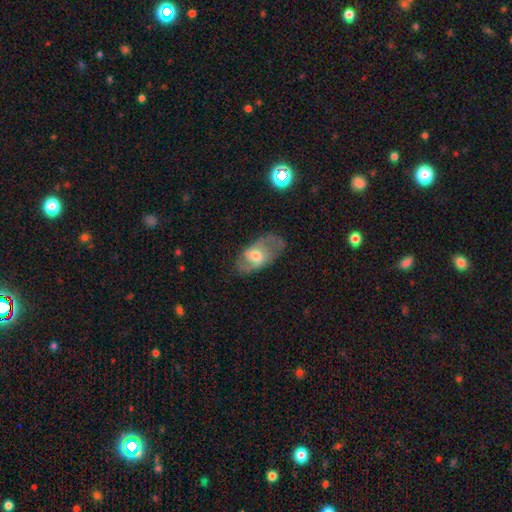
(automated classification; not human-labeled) Smooth or featured? featured or disk (58%)
Edge-on disk? no (92%)
Bar? no (49%)
Spiral arms? yes (71%)
Bulge size? moderate (57%)
Merging? none (65%)